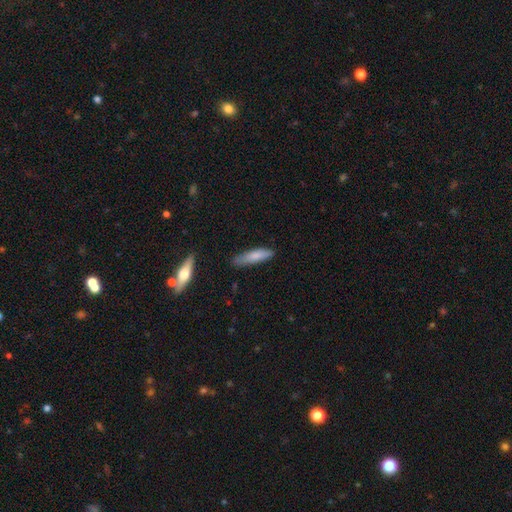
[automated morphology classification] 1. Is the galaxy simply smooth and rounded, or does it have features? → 76% smooth, 18% featured or disk, 6% star or artifact.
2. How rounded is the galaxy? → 78% cigar-shaped, 21% in between, 2% round.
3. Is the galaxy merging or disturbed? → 79% none, 16% minor disturbance, 3% major disturbance, 2% merger.